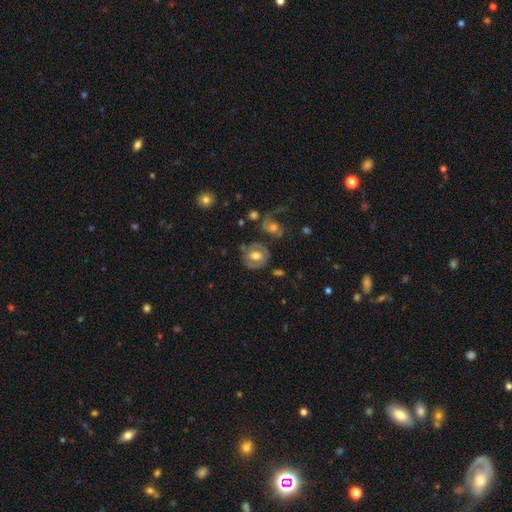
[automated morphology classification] Overall: smooth (47%; featured or disk 46%). Merging: none (70%).